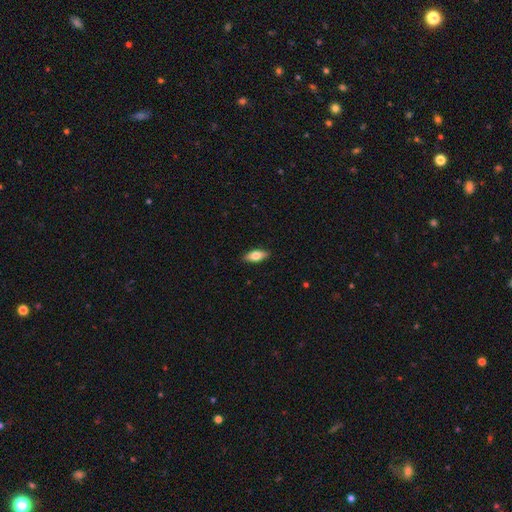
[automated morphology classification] Q: Smooth or featured?
A: smooth (67%); runner-up: featured or disk (27%)
Q: How rounded?
A: in between (77%); runner-up: cigar-shaped (20%)
Q: Merging?
A: none (88%); runner-up: minor disturbance (9%)